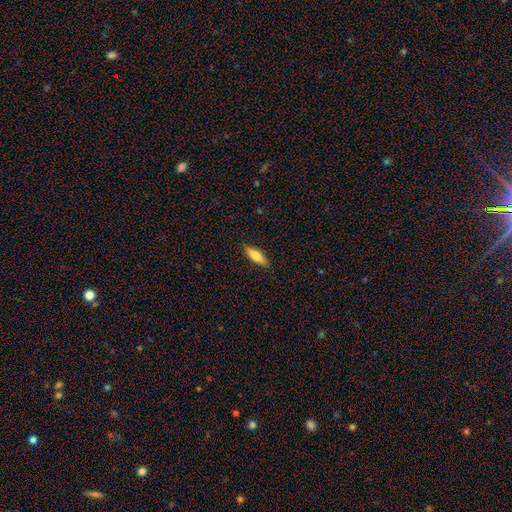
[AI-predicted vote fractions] Smooth or featured? Predicted: smooth (p=0.71). How rounded? Predicted: cigar-shaped (p=0.59). Merging? Predicted: none (p=0.88).